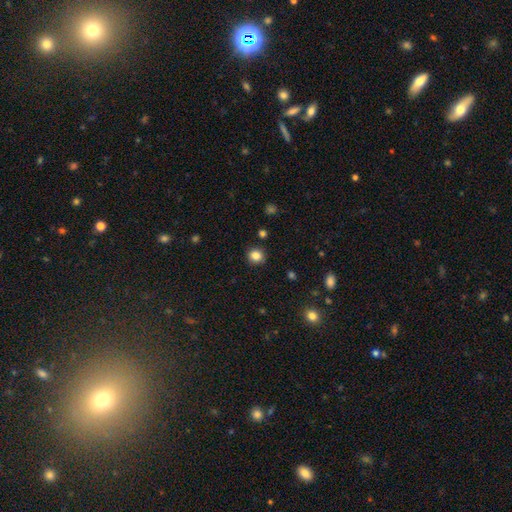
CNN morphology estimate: smooth 84%, star or artifact 12%, featured or disk 5%. Down the decision tree: how rounded — round (87%); merging — none (90%).